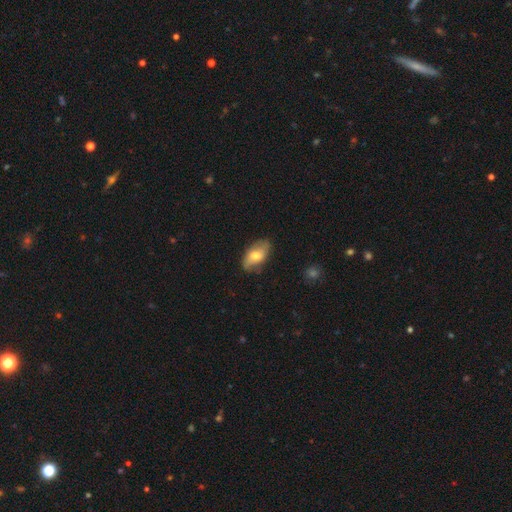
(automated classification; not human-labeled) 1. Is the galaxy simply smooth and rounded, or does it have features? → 59% smooth, 34% featured or disk, 6% star or artifact.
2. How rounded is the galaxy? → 92% in between, 5% round, 3% cigar-shaped.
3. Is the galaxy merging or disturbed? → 74% none, 20% minor disturbance, 4% major disturbance, 1% merger.